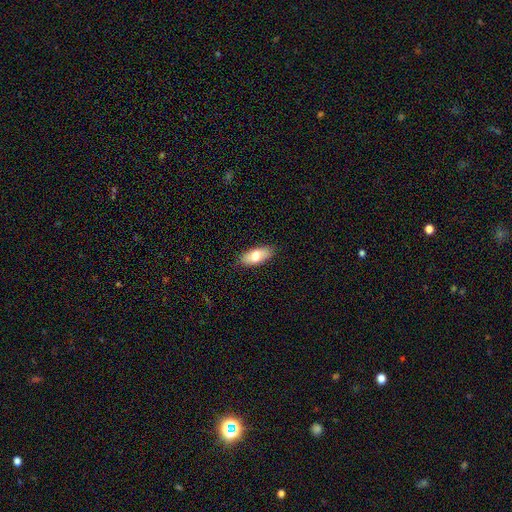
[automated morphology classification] Smooth or featured?
  - smooth: 73% *
  - featured or disk: 20%
  - star or artifact: 6%
How rounded?
  - in between: 86% *
  - cigar-shaped: 11%
  - round: 3%
Merging?
  - none: 88% *
  - minor disturbance: 9%
  - major disturbance: 2%
  - merger: 1%